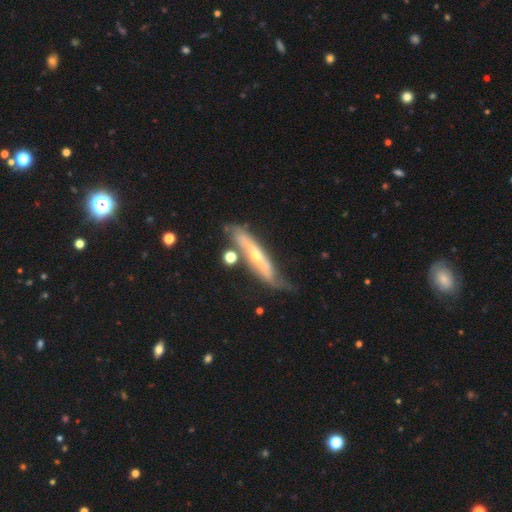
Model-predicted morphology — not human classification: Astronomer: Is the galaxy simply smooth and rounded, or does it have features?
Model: featured or disk — 70%.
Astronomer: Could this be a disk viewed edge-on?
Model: yes — 57% (runner-up: no, 43%).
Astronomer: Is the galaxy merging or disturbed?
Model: none — 52%.